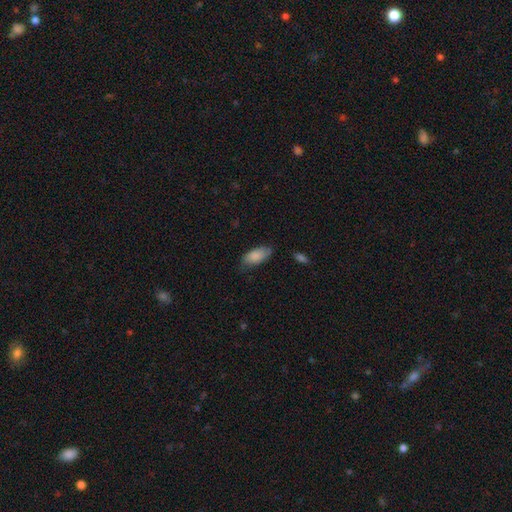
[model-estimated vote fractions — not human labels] This appears to be a smooth galaxy with no disk features (86%) that is in between round and cigar-shaped (89%). Merging: none (72%).